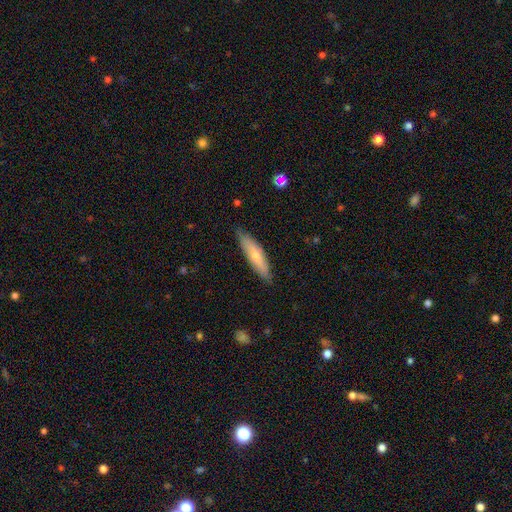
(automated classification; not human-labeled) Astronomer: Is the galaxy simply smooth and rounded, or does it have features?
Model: smooth — 63%.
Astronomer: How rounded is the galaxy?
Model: cigar-shaped — 77%.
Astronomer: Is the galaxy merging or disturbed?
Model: none — 83%.